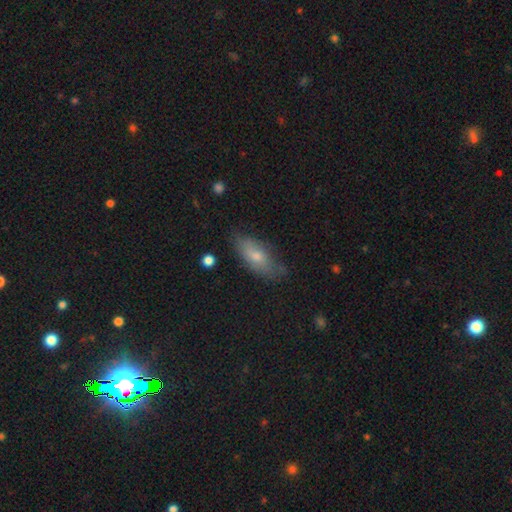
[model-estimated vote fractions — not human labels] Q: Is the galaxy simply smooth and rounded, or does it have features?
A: smooth — 64%.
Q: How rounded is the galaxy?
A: in between — 77%.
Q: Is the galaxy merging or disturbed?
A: none — 70%.